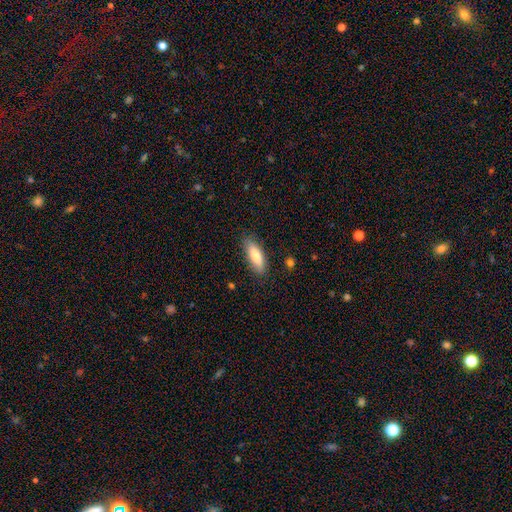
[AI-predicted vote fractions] smooth_or_featured: smooth (p=0.77) [alt: featured or disk p=0.17]
how_rounded: in between (p=0.54) [alt: cigar-shaped p=0.44]
merging: none (p=0.84) [alt: minor disturbance p=0.12]